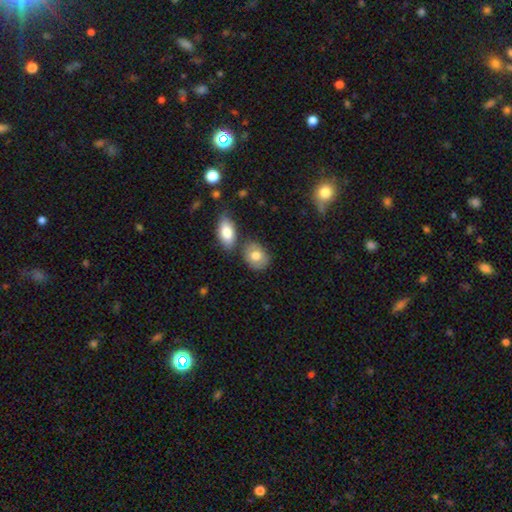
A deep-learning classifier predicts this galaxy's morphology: This appears to be a smooth galaxy with no disk features (77%) that is in between round and cigar-shaped (67%). Merging: none (68%).